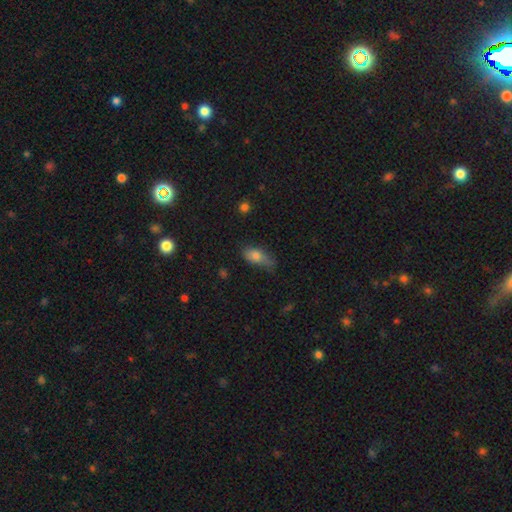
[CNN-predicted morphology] Overall: smooth (79%). How rounded: in between (84%). Merging: none (40%, tied with minor disturbance).